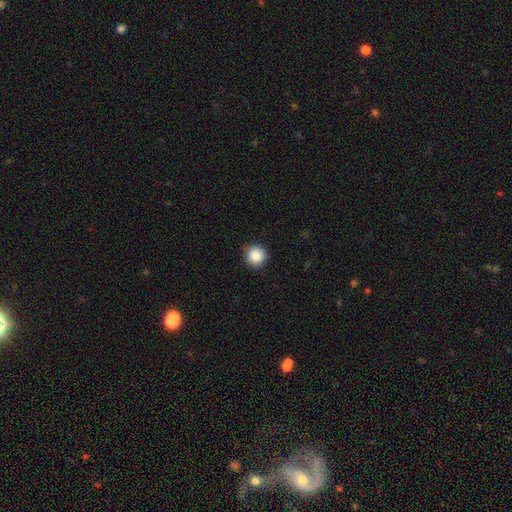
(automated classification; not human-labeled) smooth_or_featured: smooth (p=0.88) [alt: star or artifact p=0.09]
how_rounded: round (p=0.95) [alt: in between p=0.04]
merging: none (p=0.90) [alt: minor disturbance p=0.07]